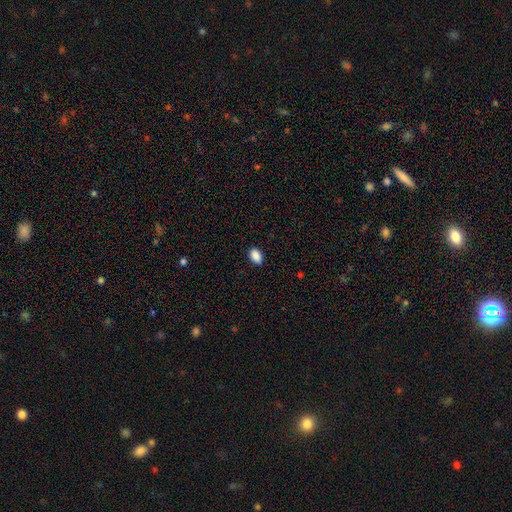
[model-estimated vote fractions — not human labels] Morphology: type=smooth (89%); roundness=in between (88%); merging=none (87%).